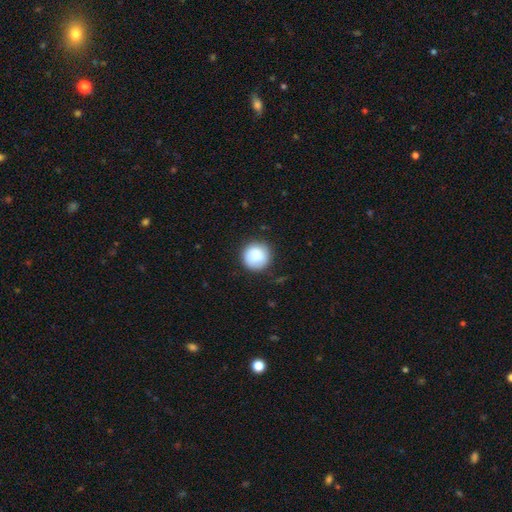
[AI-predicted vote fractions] A smooth galaxy with no disk features (86%) that is round (95%). Merging: none (85%).